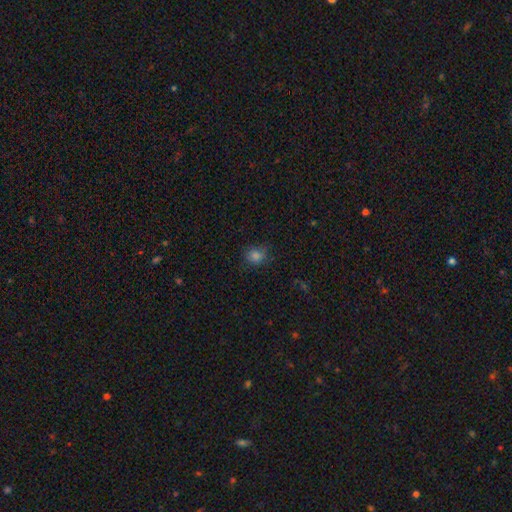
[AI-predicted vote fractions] Overall: smooth (79%). How rounded: round (75%). Merging: none (78%).